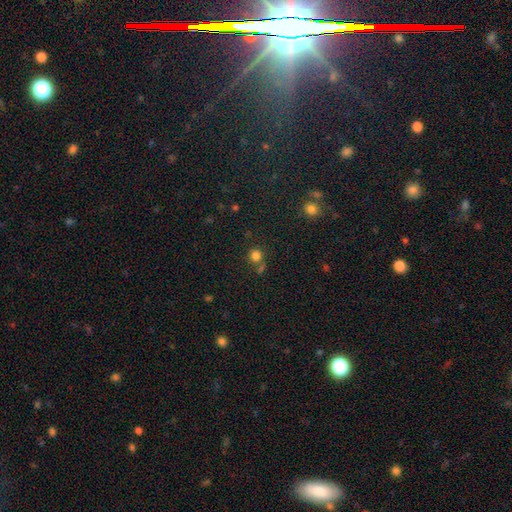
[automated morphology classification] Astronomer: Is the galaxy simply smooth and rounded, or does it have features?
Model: smooth — 78%.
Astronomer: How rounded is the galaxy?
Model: round — 89%.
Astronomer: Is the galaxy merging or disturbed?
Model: none — 65%.